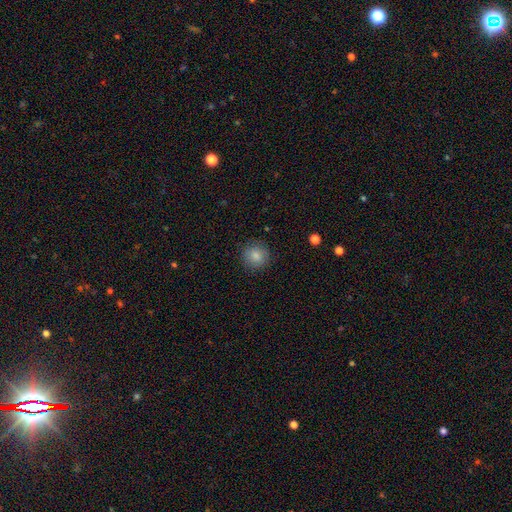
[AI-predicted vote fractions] Smooth or featured: smooth — 83% (star or artifact — 9%)
How rounded: round — 89% (in between — 10%)
Merging: none — 87% (minor disturbance — 9%)